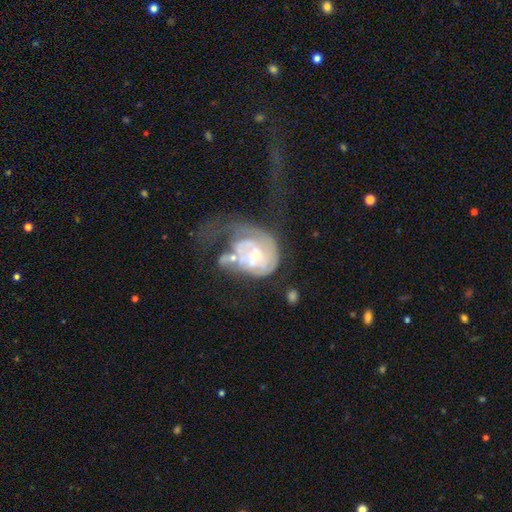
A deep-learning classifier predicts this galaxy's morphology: This is likely a featured or disk galaxy (72%). It is clearly not viewed edge-on (98%). Bar: likely no (74%). Spiral arm pattern: likely yes (63%). Central bulge: possibly small (58%). Merging: possibly major disturbance (46%).